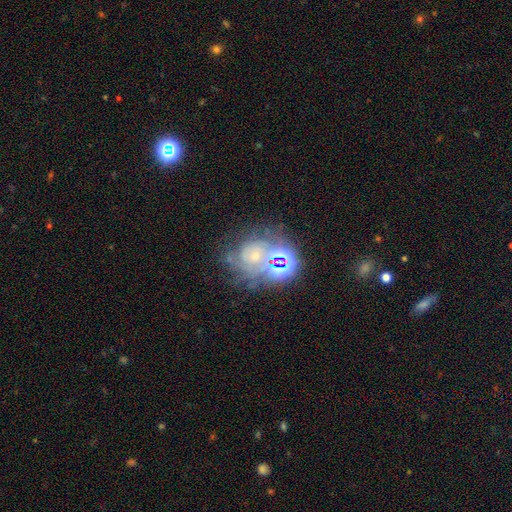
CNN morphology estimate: Q: Smooth or featured?
A: featured or disk (48%); runner-up: star or artifact (34%)
Q: Merging?
A: none (52%); runner-up: minor disturbance (18%)